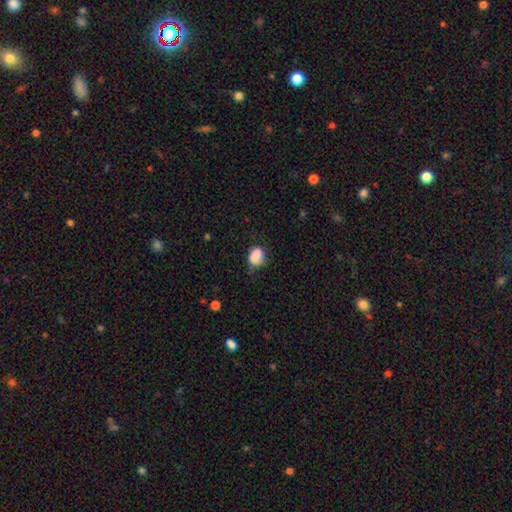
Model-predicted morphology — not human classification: Overall: smooth (76%). How rounded: in between (63%; round 36%). Merging: none (39%; minor disturbance 35%).